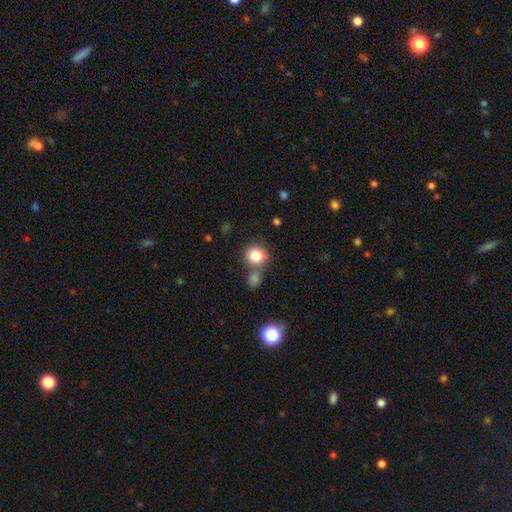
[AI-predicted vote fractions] This is clearly a smooth galaxy (82%). How rounded: clearly round (86%). Merging: likely none (64%).